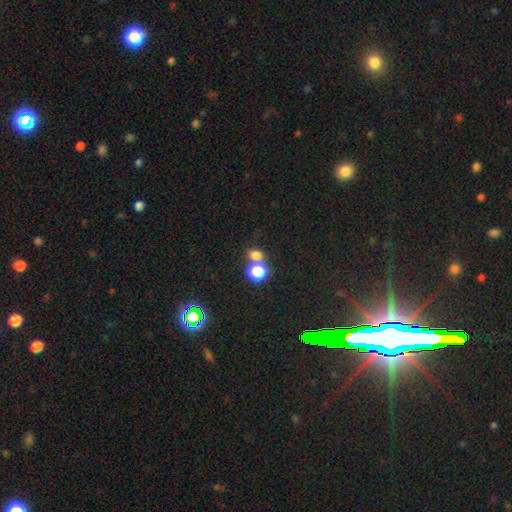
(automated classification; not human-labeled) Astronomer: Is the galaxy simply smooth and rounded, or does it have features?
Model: smooth — 70%.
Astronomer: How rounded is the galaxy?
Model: round — 72%.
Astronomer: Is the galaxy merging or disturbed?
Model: none — 54% (runner-up: merger, 34%).